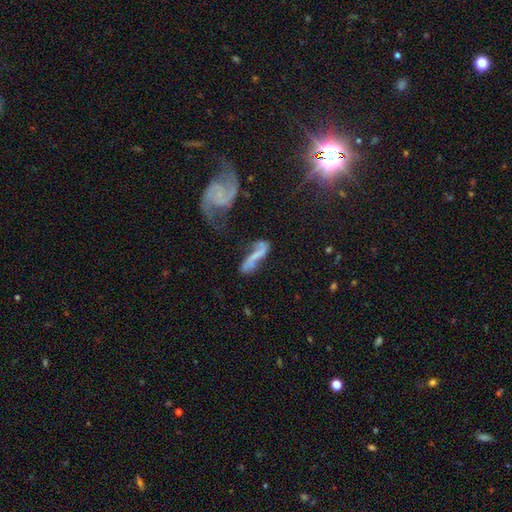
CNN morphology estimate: A featured or disk galaxy (66%) with no bar (40%), spiral arms (83%) and no central bulge (48%). Merging: none (42%).